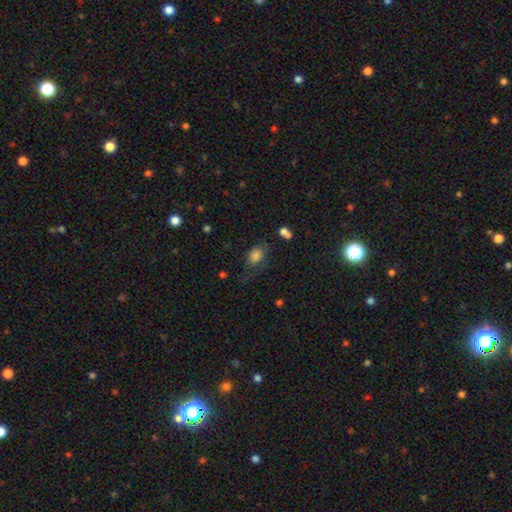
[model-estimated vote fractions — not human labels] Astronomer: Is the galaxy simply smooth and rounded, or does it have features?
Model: smooth — 77%.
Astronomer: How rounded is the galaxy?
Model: in between — 70%.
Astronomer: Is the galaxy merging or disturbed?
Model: none — 42% (runner-up: minor disturbance, 27%).